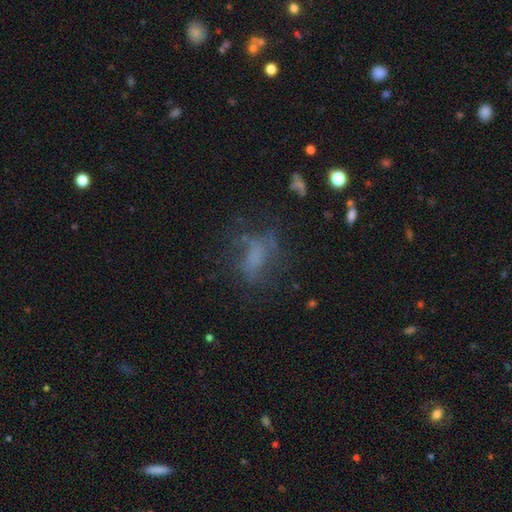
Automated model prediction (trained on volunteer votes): Smooth or featured? Predicted: smooth (p=0.41). Merging? Predicted: none (p=0.48).